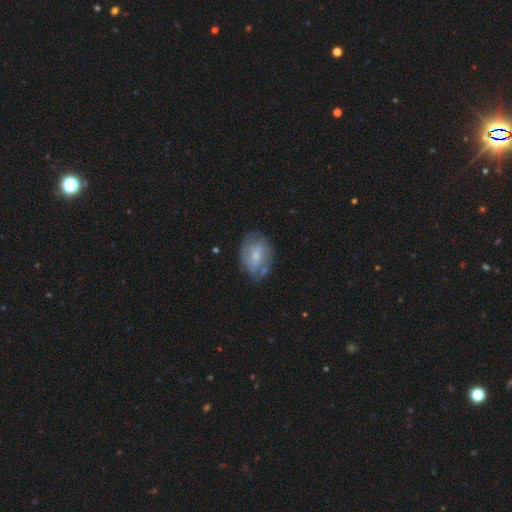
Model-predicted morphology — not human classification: smooth-or-featured: featured or disk: 58% | smooth: 35% | star or artifact: 7%
  disk-edge-on: no: 96% | yes: 4%
    bar: weak: 47% | no: 41% | strong: 12%
    has-spiral-arms: yes: 77% | no: 23%
    bulge-size: small: 57% | moderate: 35% | none: 4% | large: 2% | dominant: 1%
  merging: none: 64% | minor disturbance: 24% | major disturbance: 8% | merger: 4%